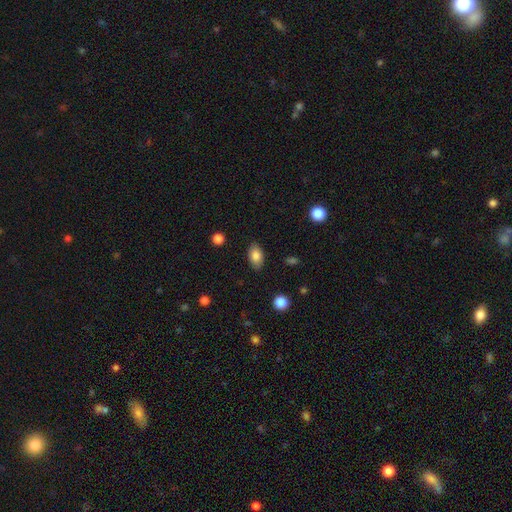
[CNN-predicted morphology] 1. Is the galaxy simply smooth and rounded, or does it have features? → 83% smooth, 9% featured or disk, 8% star or artifact.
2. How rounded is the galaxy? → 90% in between, 8% round, 2% cigar-shaped.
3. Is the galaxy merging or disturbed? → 86% none, 10% minor disturbance, 3% major disturbance, 1% merger.